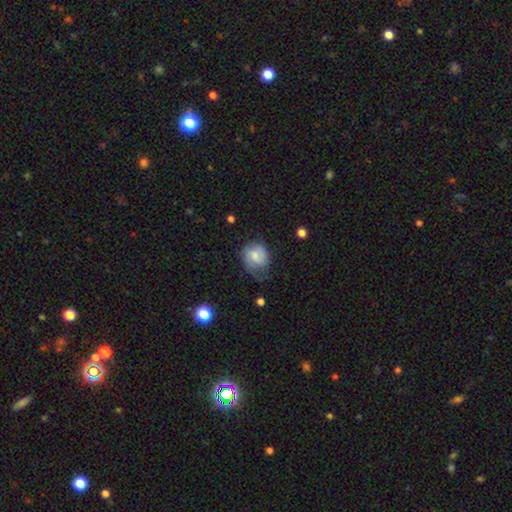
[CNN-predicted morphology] Smooth or featured?
  - smooth: 59% *
  - featured or disk: 33%
  - star or artifact: 8%
How rounded?
  - round: 69% *
  - in between: 30%
  - cigar-shaped: 1%
Merging?
  - none: 46% *
  - minor disturbance: 33%
  - major disturbance: 19%
  - merger: 2%